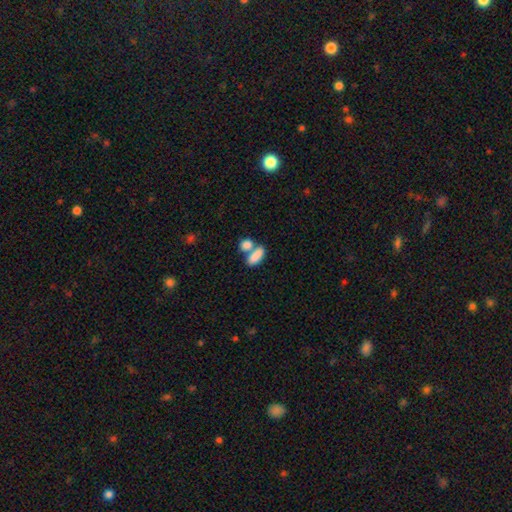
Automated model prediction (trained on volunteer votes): A smooth galaxy with no disk features (84%) that is in between round and cigar-shaped (83%).

Vote fractions:
- Smooth or featured? smooth: 84% / featured or disk: 9% / star or artifact: 7%
- How rounded? in between: 83% / cigar-shaped: 11% / round: 6%
- Merging? merger: 51% / none: 36% / minor disturbance: 9% / major disturbance: 4%